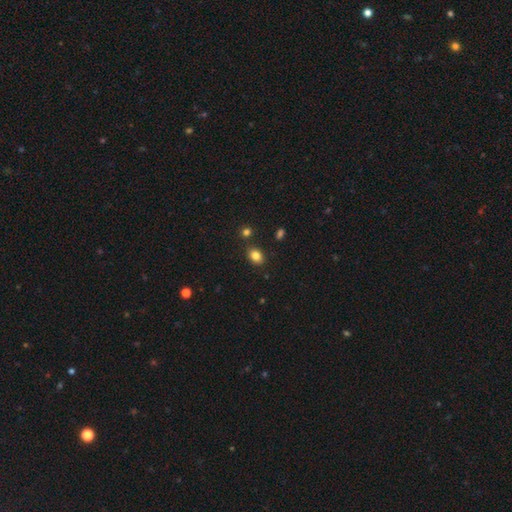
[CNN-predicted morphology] Smooth or featured? smooth (83%)
How rounded? in between (67%)
Merging? none (82%)